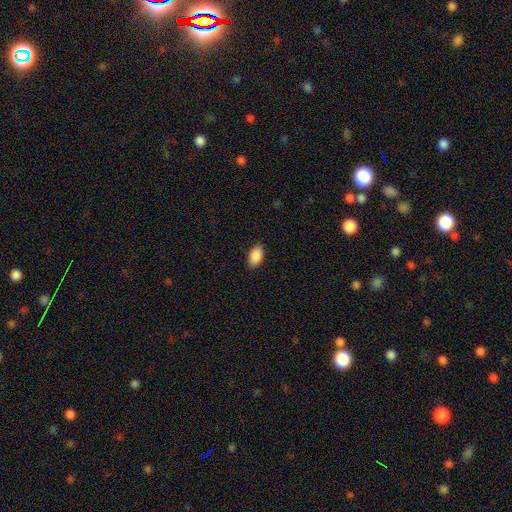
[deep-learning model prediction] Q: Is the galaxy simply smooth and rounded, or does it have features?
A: smooth — 90%.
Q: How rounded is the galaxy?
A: in between — 93%.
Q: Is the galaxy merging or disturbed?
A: none — 86%.